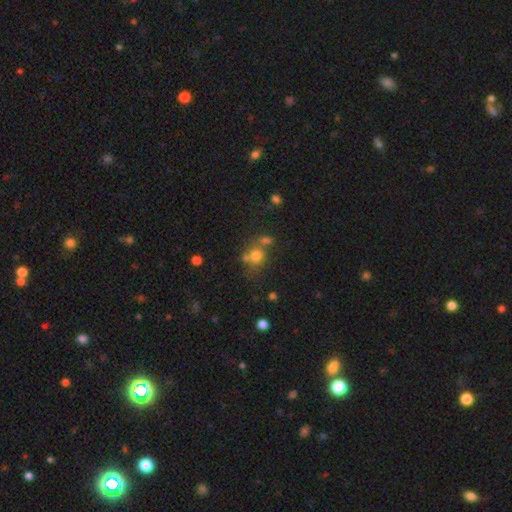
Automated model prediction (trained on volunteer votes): smooth 70%, star or artifact 17%, featured or disk 12%. Down the decision tree: how rounded — round (80%); merging — none (53%).